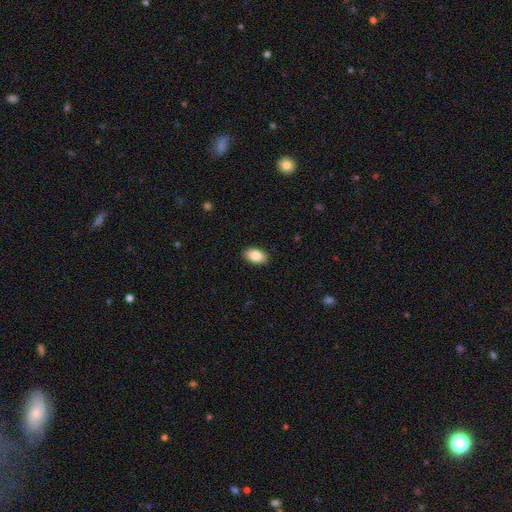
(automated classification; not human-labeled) Q: Smooth or featured?
A: smooth (85%); runner-up: featured or disk (8%)
Q: How rounded?
A: in between (93%); runner-up: round (6%)
Q: Merging?
A: none (90%); runner-up: minor disturbance (7%)